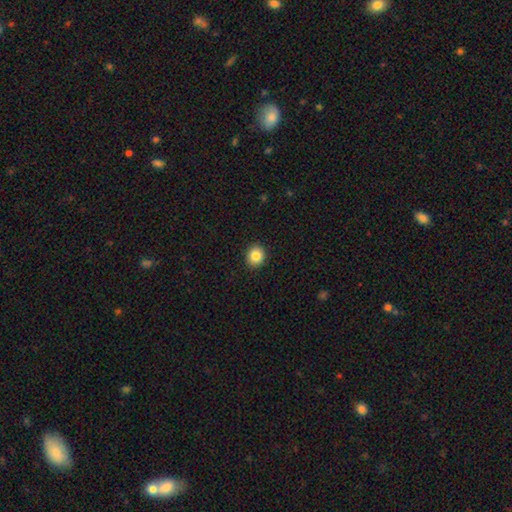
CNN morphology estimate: This appears to be a smooth galaxy with no disk features (84%) that is round (78%). Merging: none (91%).